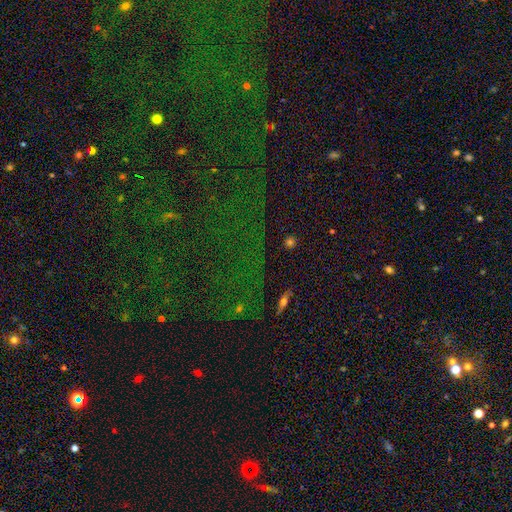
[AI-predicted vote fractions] Q: Smooth or featured?
A: star or artifact (79%); runner-up: smooth (12%)